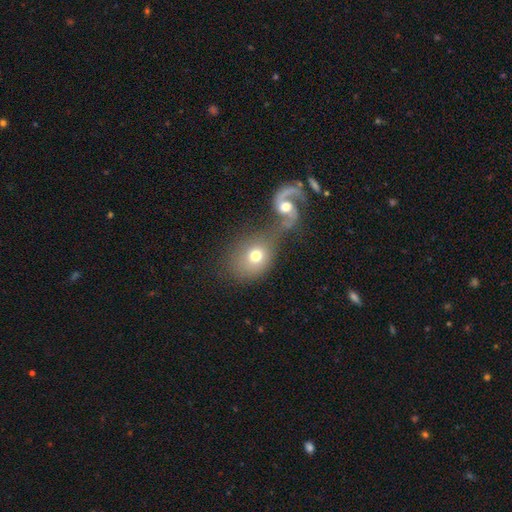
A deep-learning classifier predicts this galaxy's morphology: smooth_or_featured: smooth (p=0.64) [alt: featured or disk p=0.28]
how_rounded: round (p=0.53) [alt: in between p=0.45]
merging: merger (p=0.63) [alt: none p=0.21]